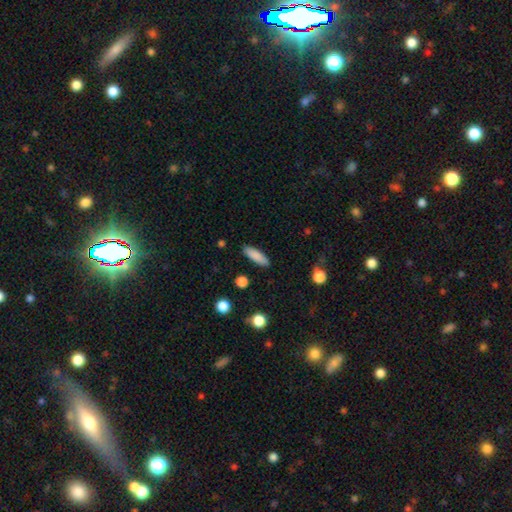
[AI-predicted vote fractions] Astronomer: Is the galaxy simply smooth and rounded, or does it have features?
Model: smooth — 86%.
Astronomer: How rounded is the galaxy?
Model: cigar-shaped — 51% (runner-up: in between, 47%).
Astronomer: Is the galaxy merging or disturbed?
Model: none — 88%.